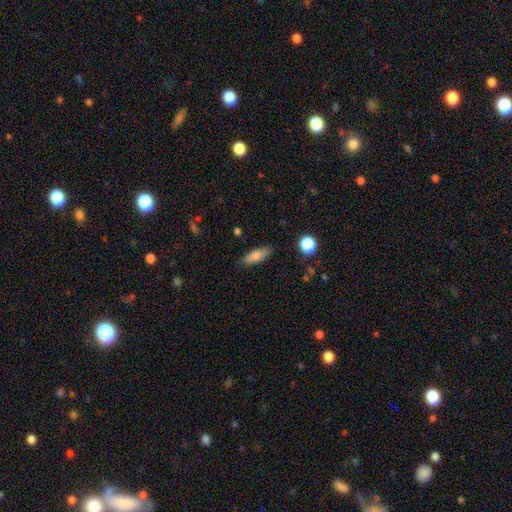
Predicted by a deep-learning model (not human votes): A smooth galaxy with no disk features (79%) that is in between round and cigar-shaped (64%). Merging: none (85%).